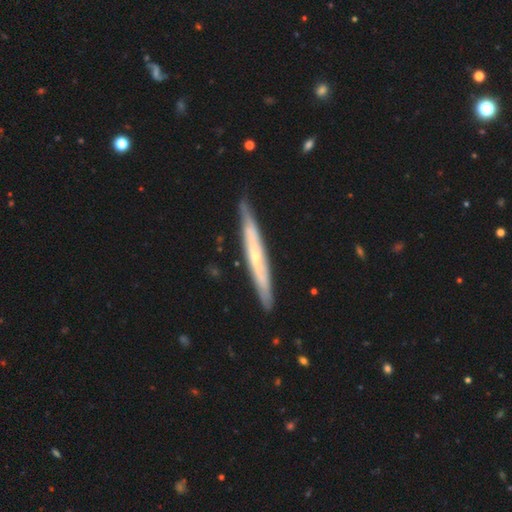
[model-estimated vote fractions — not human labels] A featured or disk galaxy (64%) viewed edge-on (88%) with no central bulge (49%). Merging: none (86%).